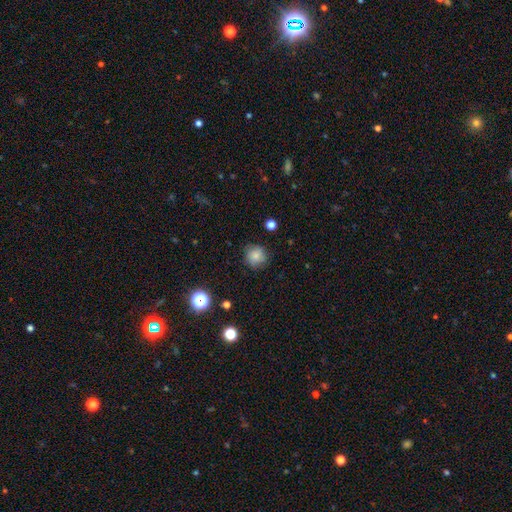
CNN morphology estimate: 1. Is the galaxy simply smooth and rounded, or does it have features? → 80% smooth, 12% star or artifact, 9% featured or disk.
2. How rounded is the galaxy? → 92% round, 7% in between, 1% cigar-shaped.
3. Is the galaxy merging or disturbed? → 82% none, 13% minor disturbance, 3% major disturbance, 1% merger.